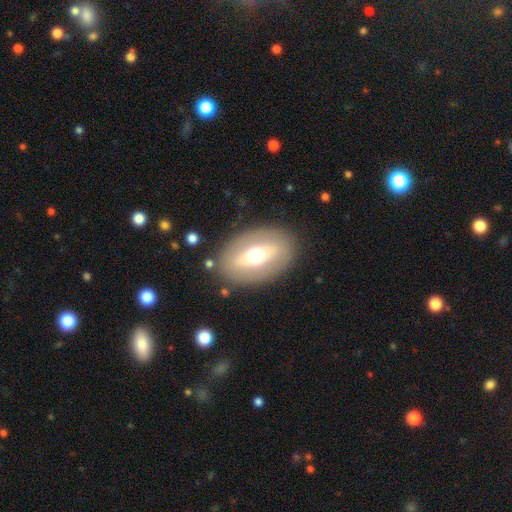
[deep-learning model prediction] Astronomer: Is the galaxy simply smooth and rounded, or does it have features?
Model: featured or disk — 49% (runner-up: smooth, 44%).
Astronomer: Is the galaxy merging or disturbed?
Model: none — 84%.